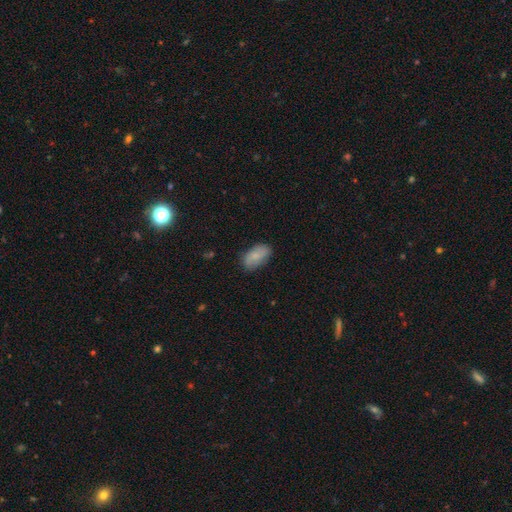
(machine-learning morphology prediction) type=smooth (79%); roundness=in between (93%); merging=none (77%).